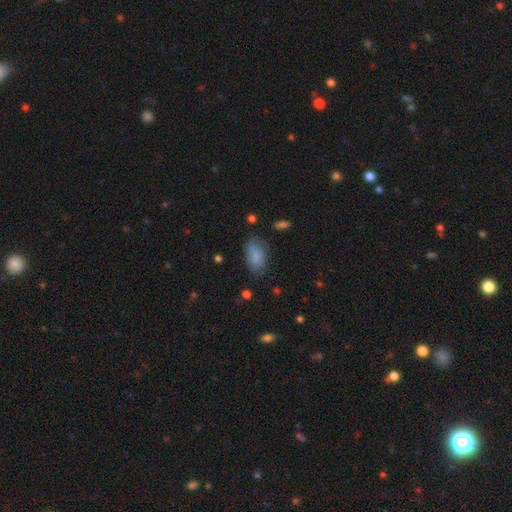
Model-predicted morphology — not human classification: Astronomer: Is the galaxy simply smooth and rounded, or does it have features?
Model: smooth — 84%.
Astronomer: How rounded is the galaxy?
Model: in between — 93%.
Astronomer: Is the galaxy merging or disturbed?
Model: none — 71%.